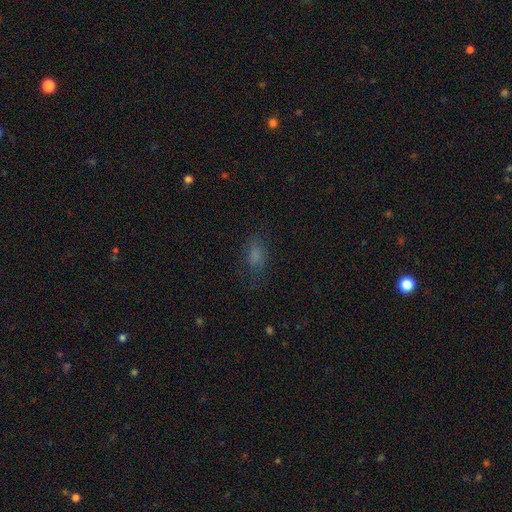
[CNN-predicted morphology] This appears to be a smooth galaxy with no disk features (72%) that is in between round and cigar-shaped (84%). Merging: none (67%).